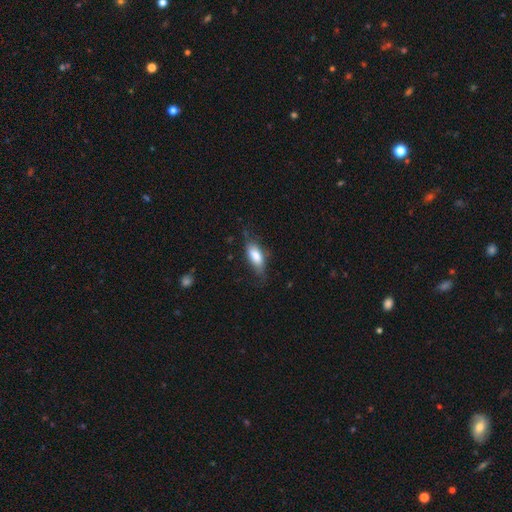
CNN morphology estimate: The model was most divided on "merging": none: 57%, minor disturbance: 28%, major disturbance: 12%, merger: 2%. More confident: how rounded — in between (80%); smooth or featured — smooth (74%).